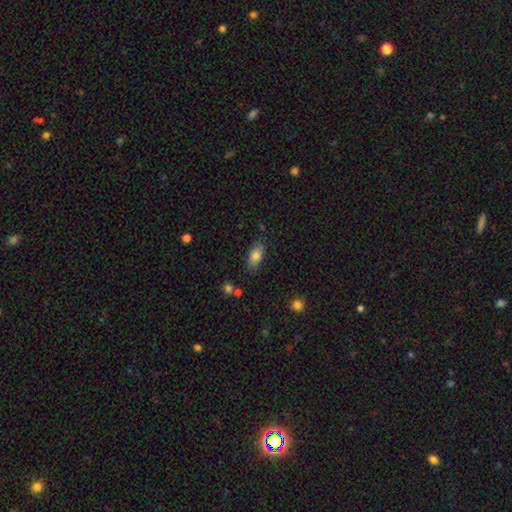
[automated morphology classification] smooth-or-featured: smooth: 82% | featured or disk: 10% | star or artifact: 8%
  how-rounded: in between: 88% | cigar-shaped: 8% | round: 4%
  merging: none: 80% | minor disturbance: 14% | major disturbance: 3% | merger: 3%